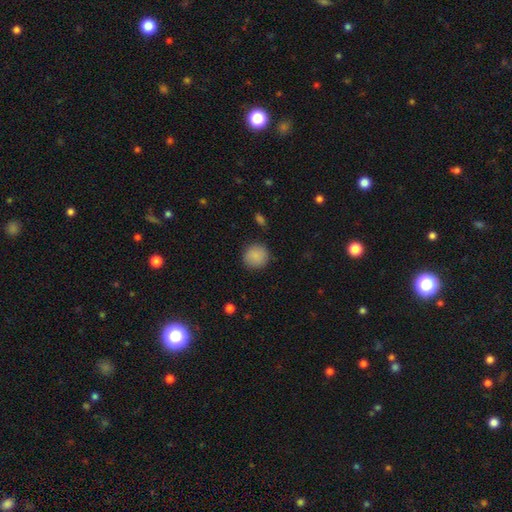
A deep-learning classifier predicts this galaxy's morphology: This appears to be a smooth galaxy with no disk features (87%) that is round (92%). Merging: none (87%).